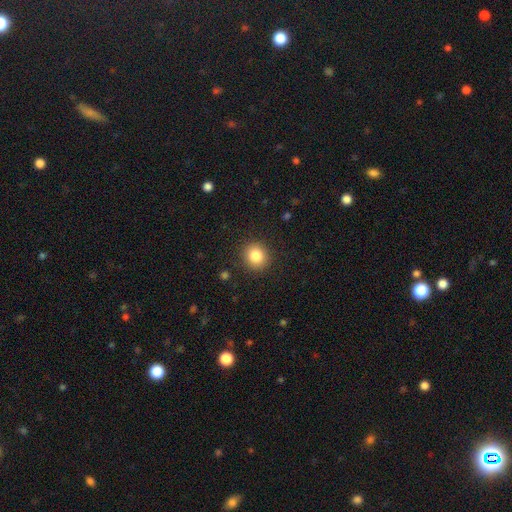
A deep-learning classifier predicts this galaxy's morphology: Smooth or featured?
  - smooth: 84% *
  - star or artifact: 10%
  - featured or disk: 6%
How rounded?
  - round: 88% *
  - in between: 11%
  - cigar-shaped: 1%
Merging?
  - none: 90% *
  - minor disturbance: 7%
  - major disturbance: 2%
  - merger: 1%